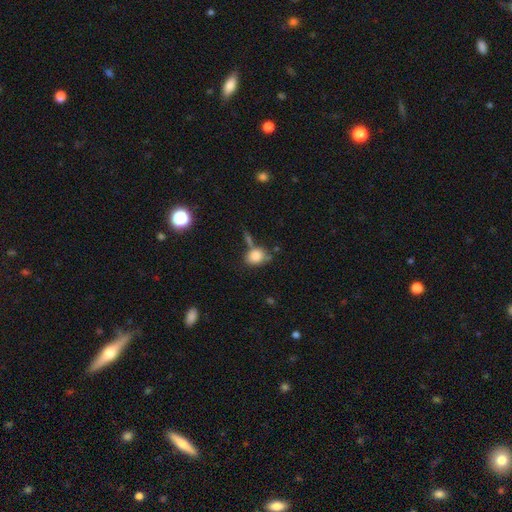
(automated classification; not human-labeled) This appears to be a smooth galaxy with no disk features (83%) that is in between round and cigar-shaped (52%). Merging: none (51%).